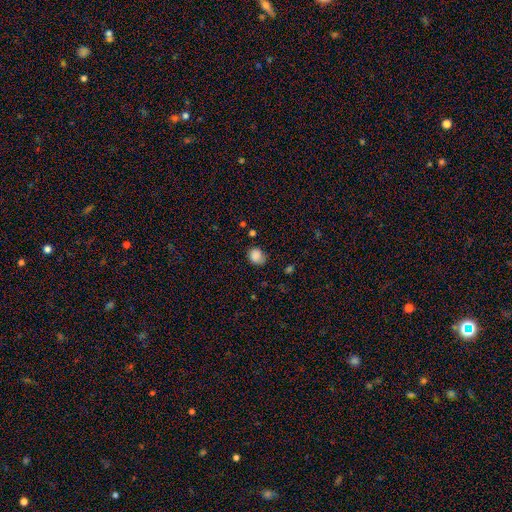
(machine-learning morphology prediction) Smooth or featured: smooth — 85% (star or artifact — 9%)
How rounded: round — 60% (in between — 39%)
Merging: none — 65% (minor disturbance — 27%)